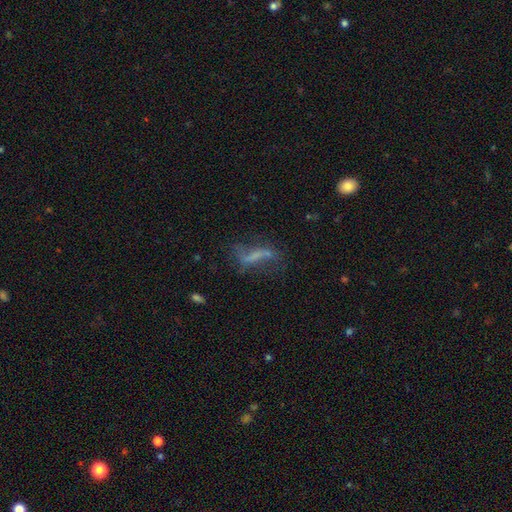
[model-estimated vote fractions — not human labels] Overall: featured or disk (53%; smooth 32%). Edge-on disk: no (81%). Merging: none (49%; major disturbance 24%).